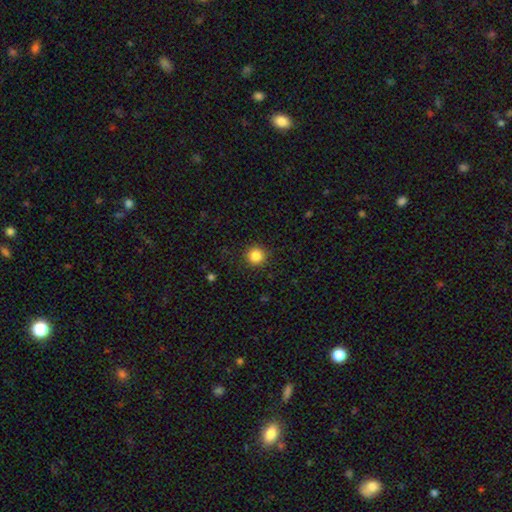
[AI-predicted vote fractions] smooth-or-featured: smooth: 85% | star or artifact: 11% | featured or disk: 4%
  how-rounded: round: 95% | in between: 4% | cigar-shaped: 1%
  merging: none: 91% | minor disturbance: 6% | major disturbance: 2% | merger: 1%